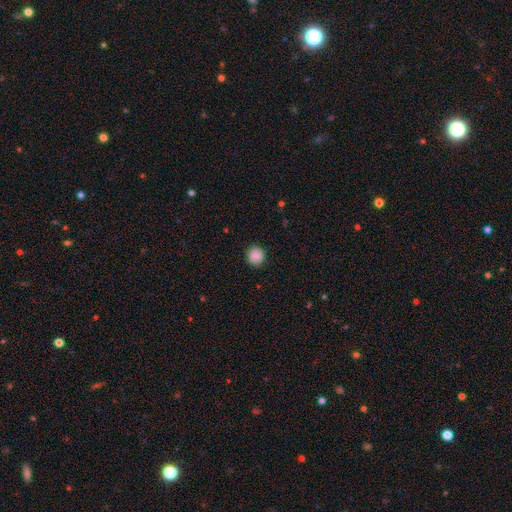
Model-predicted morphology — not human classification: A smooth galaxy with no disk features (86%) that is round (89%). Merging: none (88%).